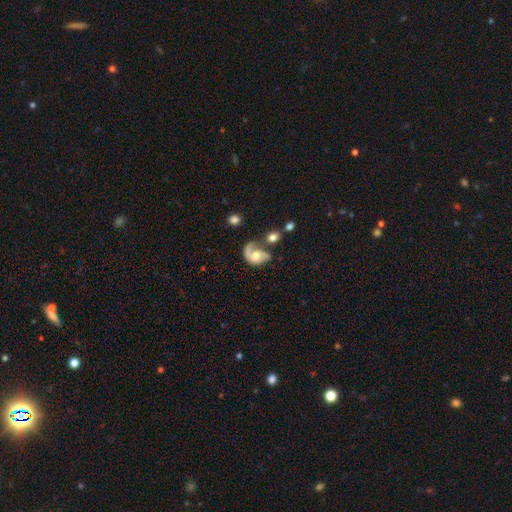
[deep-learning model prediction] Q: Smooth or featured?
A: featured or disk (69%); runner-up: smooth (24%)
Q: Edge-on disk?
A: no (97%); runner-up: yes (3%)
Q: Bar?
A: no (71%); runner-up: weak (24%)
Q: Spiral arms?
A: yes (87%); runner-up: no (13%)
Q: Spiral winding?
A: loose (45%); runner-up: medium (38%)
Q: Spiral arm count?
A: 1 (53%); runner-up: 2 (39%)
Q: Bulge size?
A: moderate (66%); runner-up: small (17%)
Q: Merging?
A: major disturbance (30%); runner-up: none (28%)